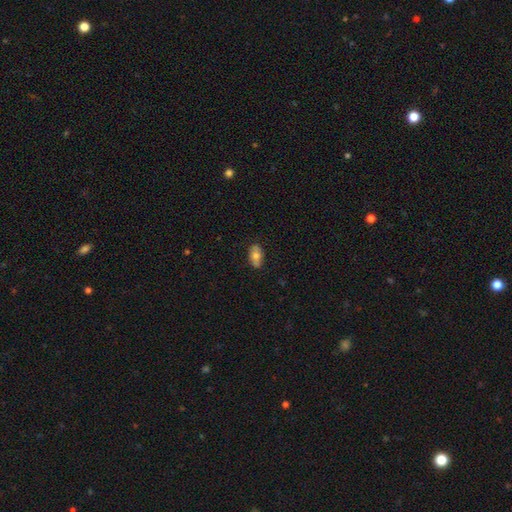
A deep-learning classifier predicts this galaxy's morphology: Smooth or featured: smooth — 71% (featured or disk — 22%)
How rounded: in between — 91% (round — 5%)
Merging: none — 81% (minor disturbance — 15%)